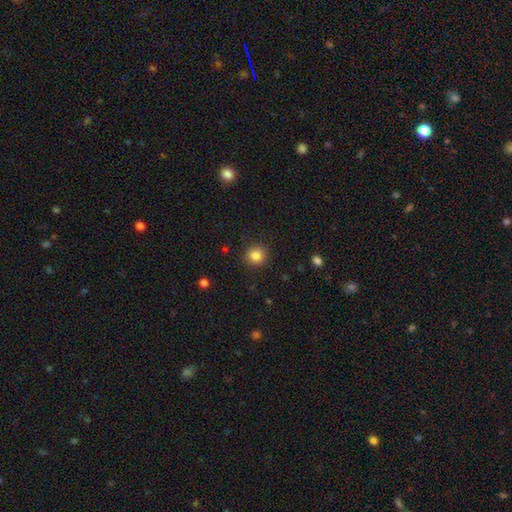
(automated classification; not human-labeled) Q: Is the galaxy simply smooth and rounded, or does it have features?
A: smooth — 84%.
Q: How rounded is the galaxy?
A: round — 92%.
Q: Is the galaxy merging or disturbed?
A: none — 91%.